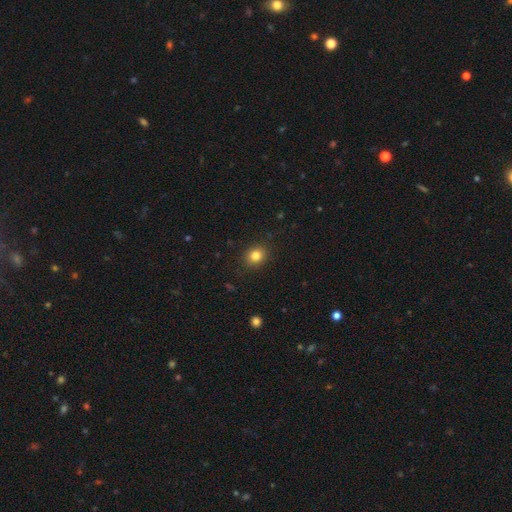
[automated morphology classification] Q: Smooth or featured?
A: smooth (82%); runner-up: star or artifact (11%)
Q: How rounded?
A: round (69%); runner-up: in between (30%)
Q: Merging?
A: none (89%); runner-up: minor disturbance (8%)